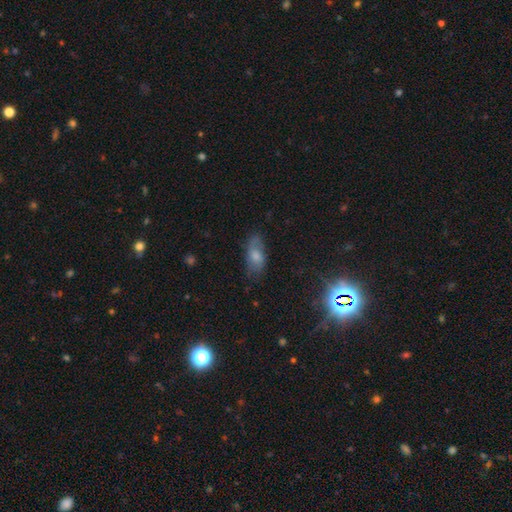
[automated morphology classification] Smooth or featured? Predicted: smooth (p=0.63). How rounded? Predicted: in between (p=0.87). Merging? Predicted: none (p=0.66).